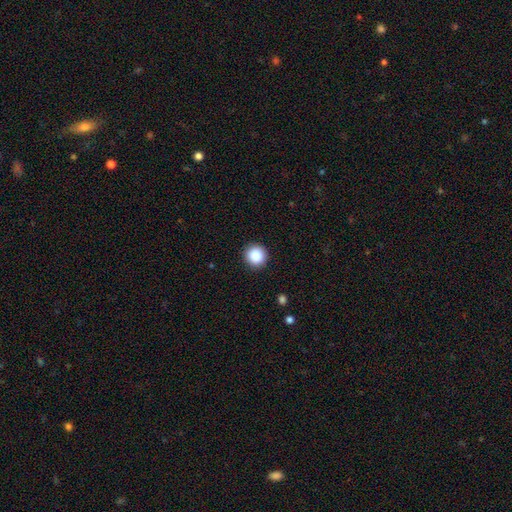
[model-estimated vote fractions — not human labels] Smooth or featured? smooth (88%)
How rounded? round (95%)
Merging? none (92%)